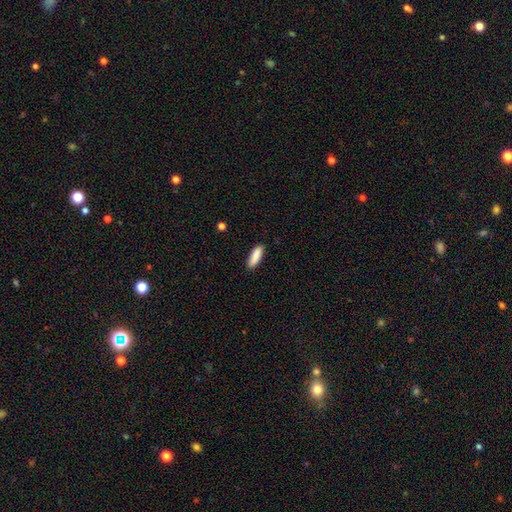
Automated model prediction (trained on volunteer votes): Smooth or featured: smooth — 88% (star or artifact — 6%)
How rounded: cigar-shaped — 51% (in between — 48%)
Merging: none — 87% (minor disturbance — 9%)